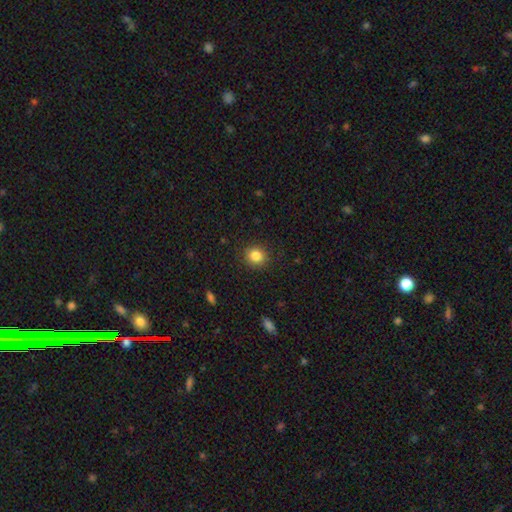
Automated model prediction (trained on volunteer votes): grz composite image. It shows a smooth galaxy with no disk features (85%) that is round (81%). Merging: none (90%).